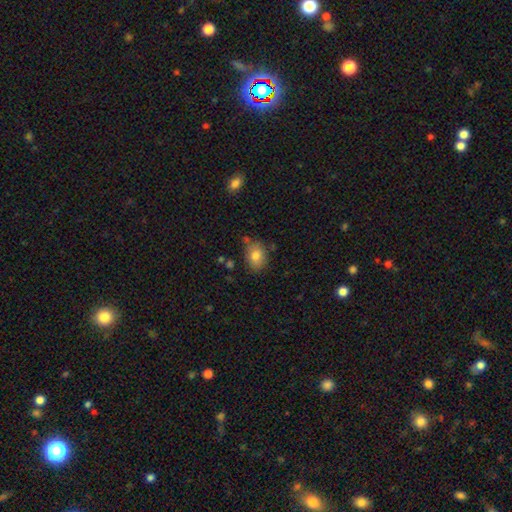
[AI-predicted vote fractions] This is likely a smooth galaxy (79%). How rounded: likely in between (67%). Merging: likely none (75%).